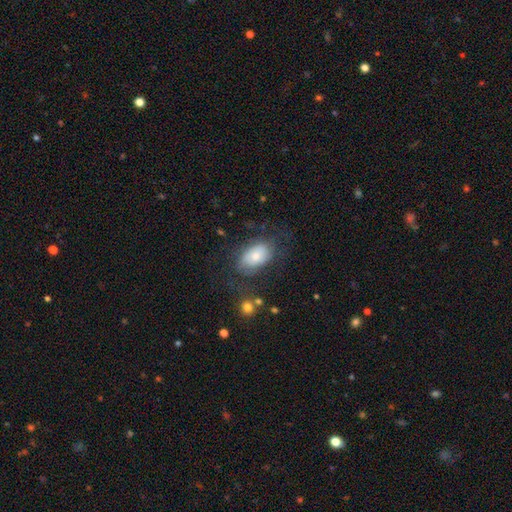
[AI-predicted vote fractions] smooth-or-featured: smooth: 63% | featured or disk: 29% | star or artifact: 8%
  how-rounded: in between: 90% | round: 8% | cigar-shaped: 2%
  merging: none: 60% | minor disturbance: 22% | major disturbance: 16% | merger: 3%